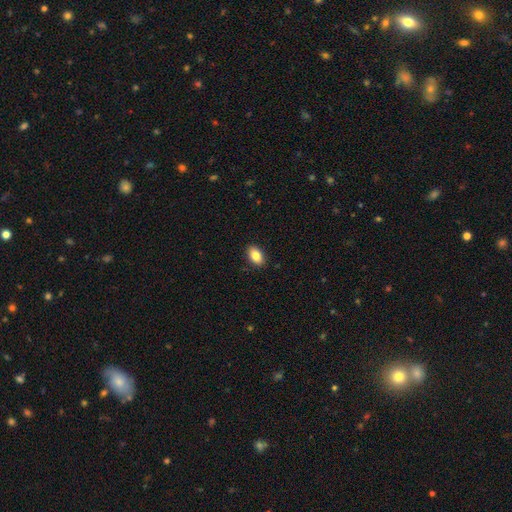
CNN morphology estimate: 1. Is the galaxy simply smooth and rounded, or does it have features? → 84% smooth, 8% featured or disk, 8% star or artifact.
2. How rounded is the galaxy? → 90% in between, 9% round, 2% cigar-shaped.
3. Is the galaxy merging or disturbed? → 90% none, 8% minor disturbance, 2% major disturbance, 1% merger.